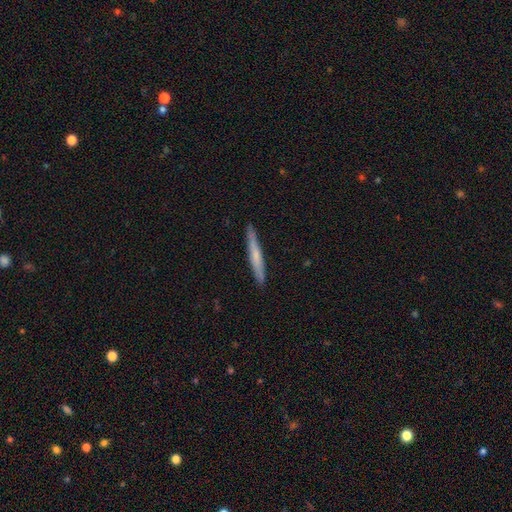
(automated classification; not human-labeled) smooth_or_featured: smooth (p=0.58) [alt: featured or disk p=0.37]
how_rounded: cigar-shaped (p=0.96) [alt: in between p=0.03]
merging: none (p=0.89) [alt: minor disturbance p=0.08]